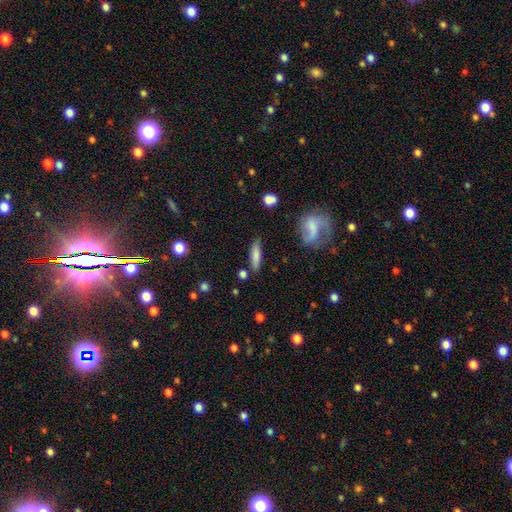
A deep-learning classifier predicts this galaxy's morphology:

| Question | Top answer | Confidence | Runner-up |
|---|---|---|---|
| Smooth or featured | smooth | 78% | featured or disk (15%) |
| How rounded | cigar-shaped | 65% | in between (32%) |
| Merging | none | 79% | minor disturbance (14%) |